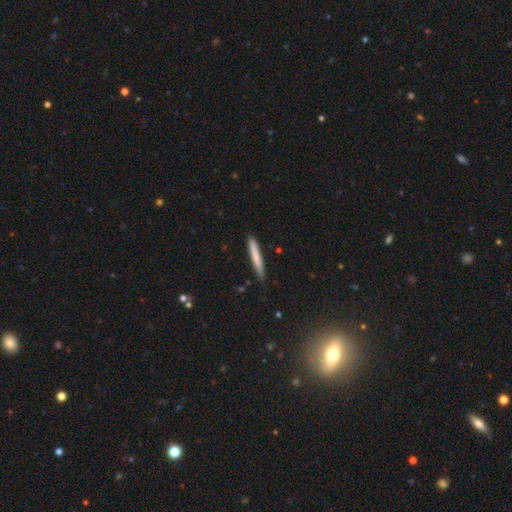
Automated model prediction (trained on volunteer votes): Smooth or featured? smooth (75%)
How rounded? cigar-shaped (96%)
Merging? none (85%)